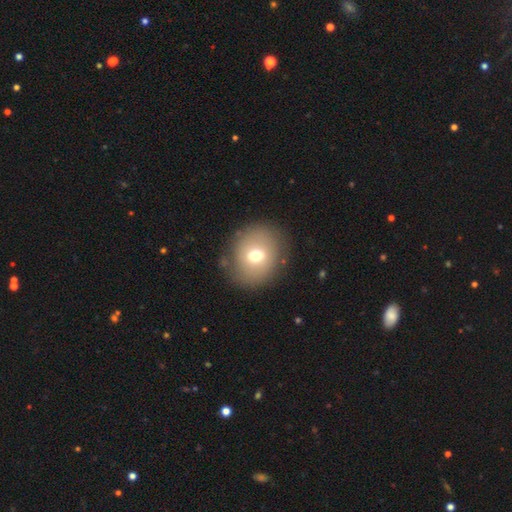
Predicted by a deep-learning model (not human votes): A smooth galaxy with no disk features (67%) that is round (63%).

Vote fractions:
- Smooth or featured? smooth: 67% / featured or disk: 22% / star or artifact: 11%
- How rounded? round: 63% / in between: 36% / cigar-shaped: 1%
- Merging? none: 82% / minor disturbance: 11% / major disturbance: 5% / merger: 2%